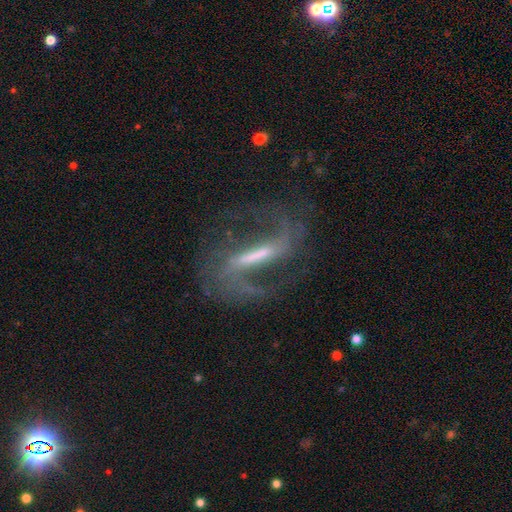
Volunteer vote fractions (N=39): Smooth or featured? 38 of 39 (97%) said featured or disk. Edge-on disk? 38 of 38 (100%) said no. Bar? 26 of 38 (68%) said strong. Spiral arms? 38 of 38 (100%) said yes. Spiral winding? 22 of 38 (58%) said medium. Spiral arm count? 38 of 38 (100%) said 2. Bulge size? 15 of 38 (39%) said moderate. Merging? 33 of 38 (87%) said none.